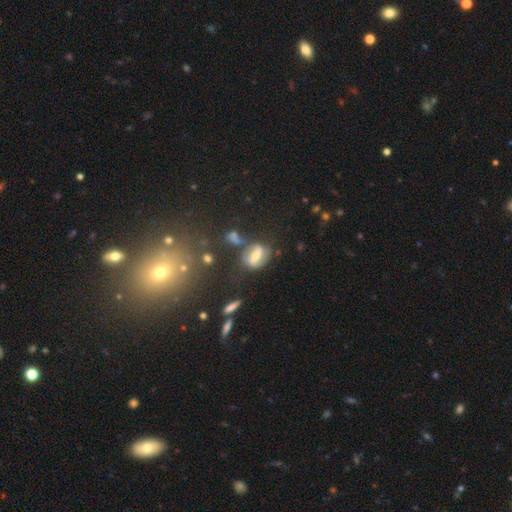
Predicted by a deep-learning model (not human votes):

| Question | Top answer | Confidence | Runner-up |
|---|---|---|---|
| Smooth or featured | featured or disk | 47% | smooth (41%) |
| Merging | none | 52% | minor disturbance (20%) |